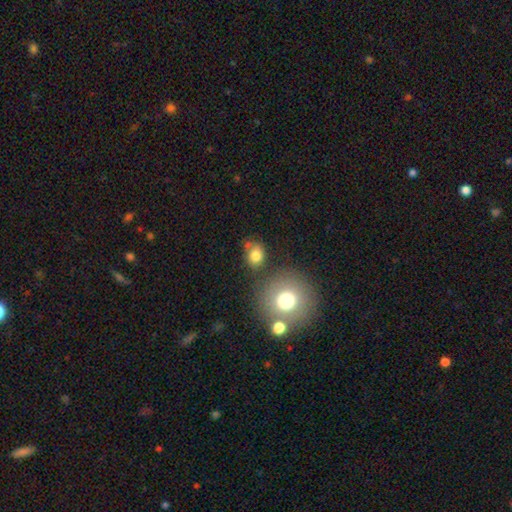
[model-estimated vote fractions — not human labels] Smooth or featured? Predicted: smooth (p=0.78). How rounded? Predicted: round (p=0.58). Merging? Predicted: none (p=0.59).